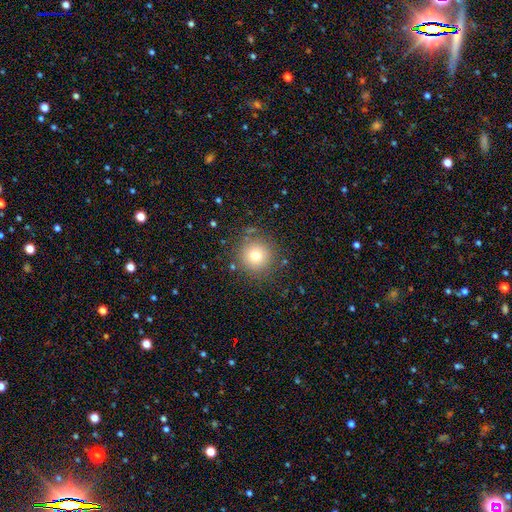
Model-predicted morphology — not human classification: A smooth galaxy with no disk features (76%) that is round (95%). Merging: none (86%).